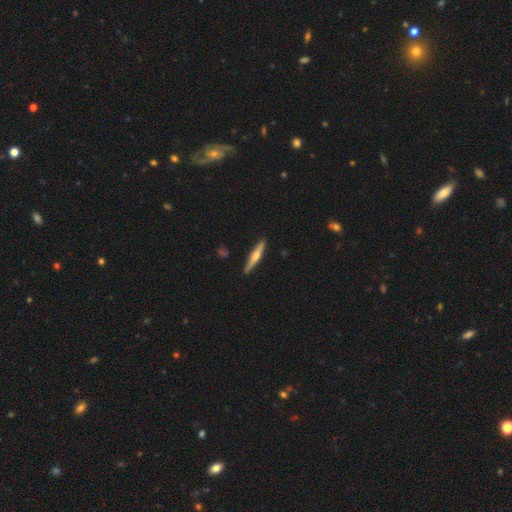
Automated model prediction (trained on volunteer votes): This appears to be a featured or disk galaxy (57%) viewed edge-on (96%) with a rounded central bulge (88%). Merging: none (90%).